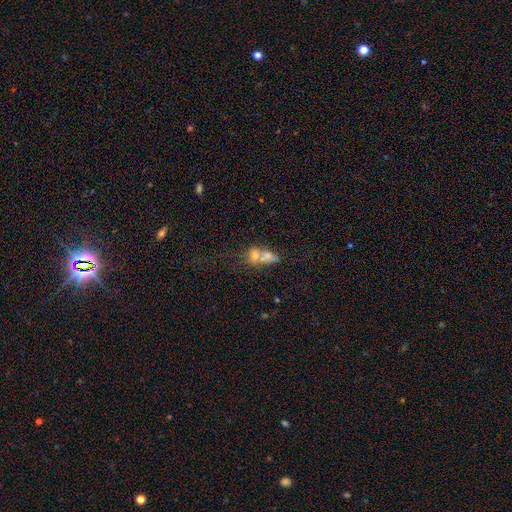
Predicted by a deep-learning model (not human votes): Q: Smooth or featured?
A: smooth (56%); runner-up: featured or disk (30%)
Q: How rounded?
A: in between (54%); runner-up: round (37%)
Q: Merging?
A: merger (67%); runner-up: none (19%)